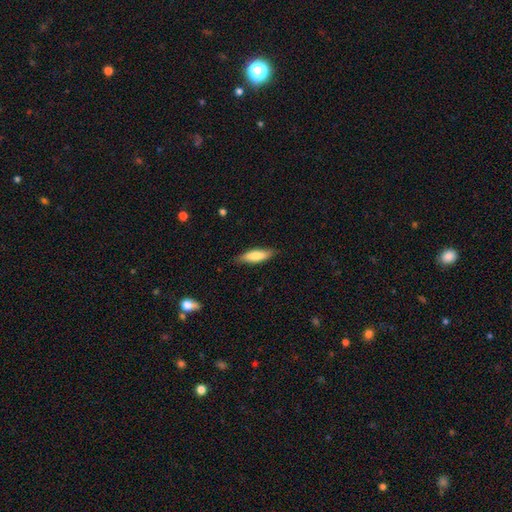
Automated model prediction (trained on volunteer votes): Smooth or featured: smooth — 76% (featured or disk — 18%)
How rounded: cigar-shaped — 52% (in between — 46%)
Merging: none — 82% (minor disturbance — 15%)